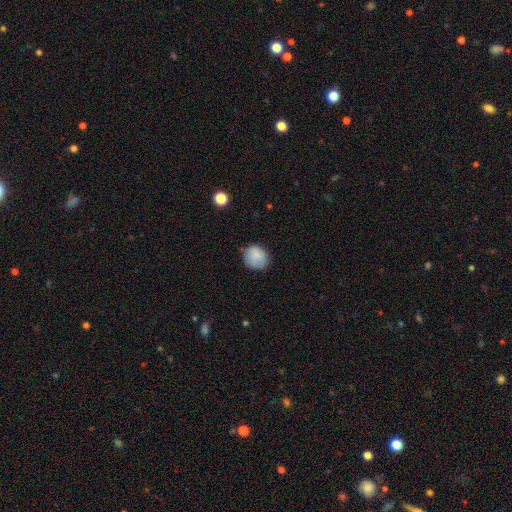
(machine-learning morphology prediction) smooth 84%, star or artifact 8%, featured or disk 7%. Down the decision tree: how rounded — round (78%); merging — none (74%).